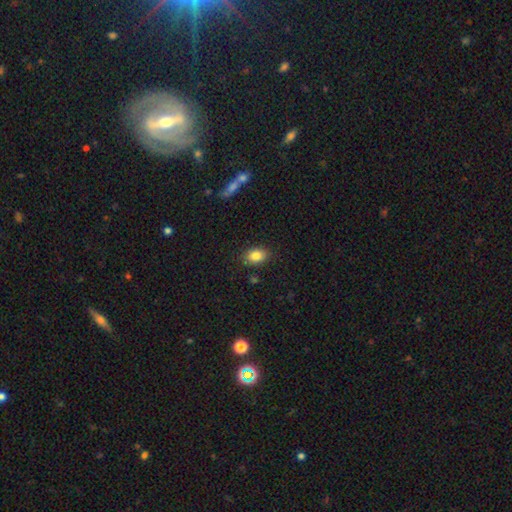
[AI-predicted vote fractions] This appears to be a smooth galaxy with no disk features (84%) that is in between round and cigar-shaped (80%). Merging: none (85%).